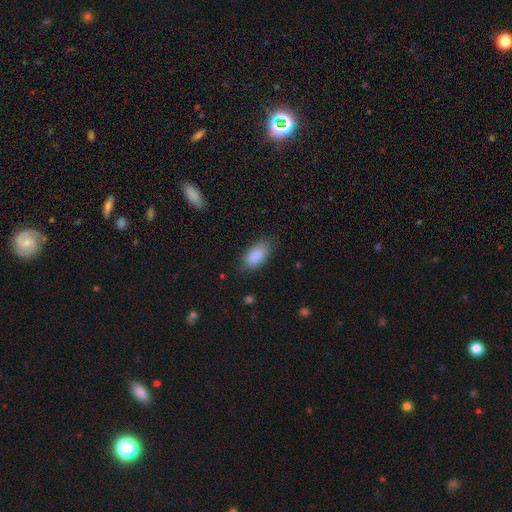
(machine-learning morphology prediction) Overall: smooth (88%). How rounded: in between (90%). Merging: none (80%).